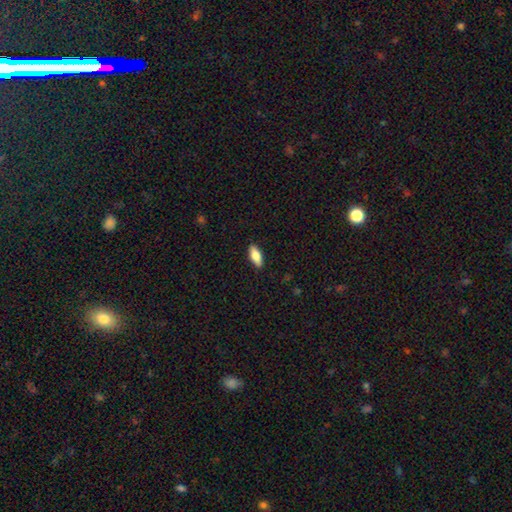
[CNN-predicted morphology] Smooth or featured: smooth — 80% (featured or disk — 14%)
How rounded: in between — 78% (cigar-shaped — 20%)
Merging: none — 89% (minor disturbance — 9%)